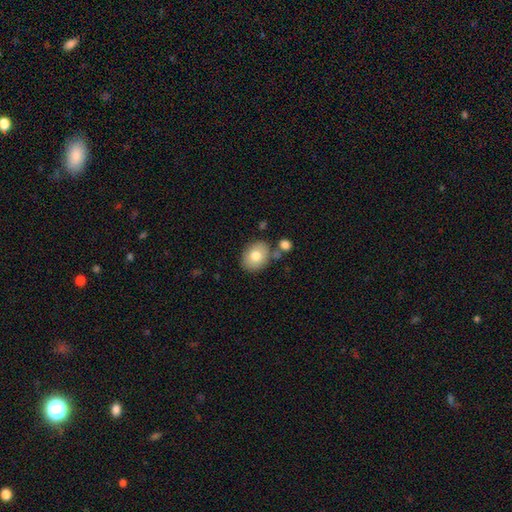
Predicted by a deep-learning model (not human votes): Overall: smooth (77%). How rounded: in between (59%; round 40%). Merging: none (73%).